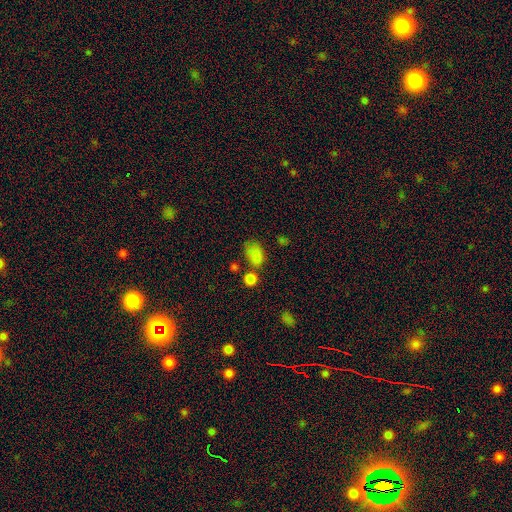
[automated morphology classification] Smooth or featured? smooth (79%)
How rounded? in between (78%)
Merging? none (46%)